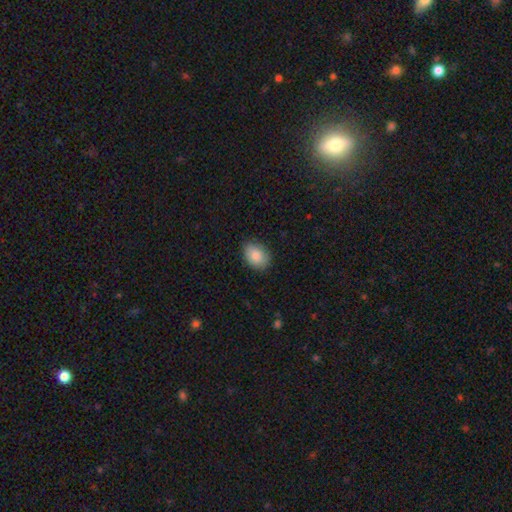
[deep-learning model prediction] A smooth galaxy with no disk features (86%) that is in between round and cigar-shaped (77%). Merging: none (84%).